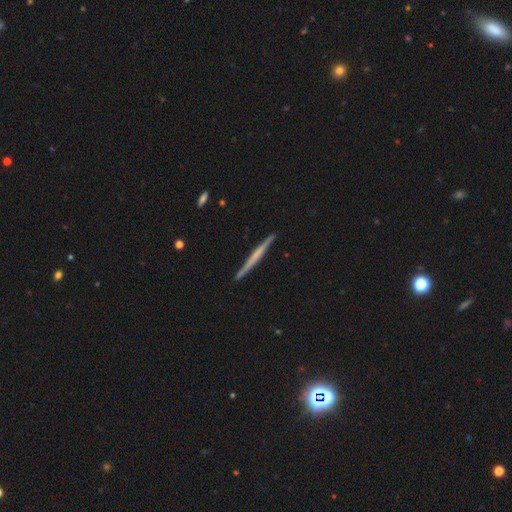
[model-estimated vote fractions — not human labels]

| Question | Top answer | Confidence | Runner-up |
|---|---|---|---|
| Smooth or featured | featured or disk | 59% | smooth (35%) |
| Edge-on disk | yes | 98% | no (2%) |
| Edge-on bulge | none | 72% | rounded (18%) |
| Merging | none | 91% | minor disturbance (7%) |